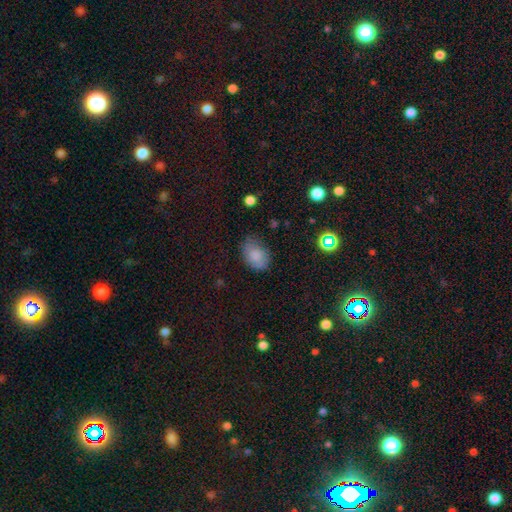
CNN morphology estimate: smooth_or_featured: smooth (p=0.83) [alt: star or artifact p=0.09]
how_rounded: in between (p=0.82) [alt: round p=0.17]
merging: none (p=0.63) [alt: minor disturbance p=0.28]